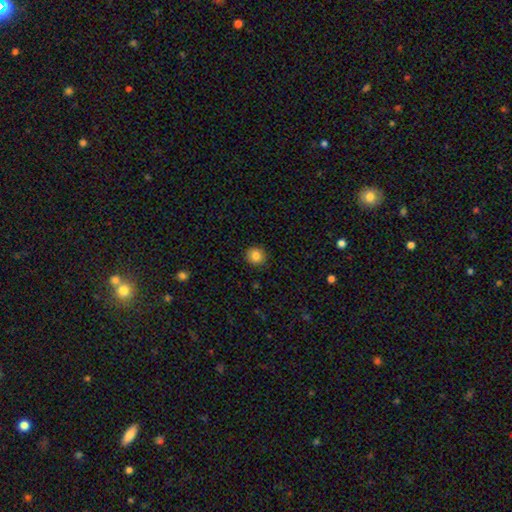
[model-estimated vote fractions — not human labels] A smooth galaxy with no disk features (85%) that is round (89%). Merging: none (90%).